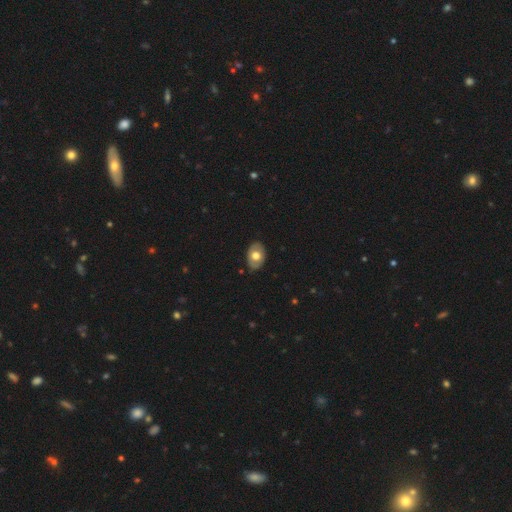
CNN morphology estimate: Smooth or featured? smooth (58%)
How rounded? in between (77%)
Merging? none (83%)